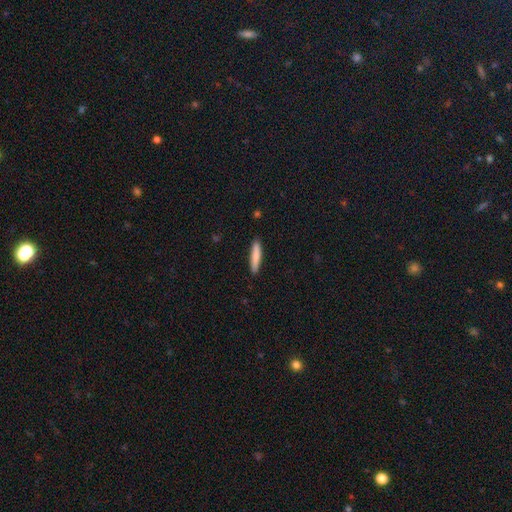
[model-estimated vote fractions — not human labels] Smooth or featured?
  - smooth: 82% *
  - featured or disk: 12%
  - star or artifact: 5%
How rounded?
  - cigar-shaped: 88% *
  - in between: 10%
  - round: 1%
Merging?
  - none: 90% *
  - minor disturbance: 7%
  - major disturbance: 2%
  - merger: 1%